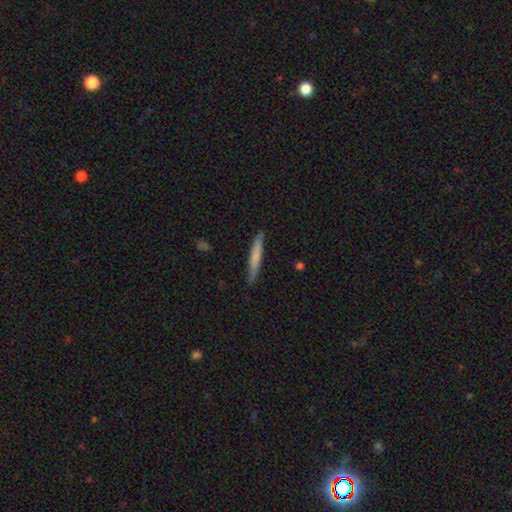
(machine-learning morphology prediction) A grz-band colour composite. It shows a smooth galaxy with no disk features (69%) that is cigar-shaped (95%). Merging: none (86%).